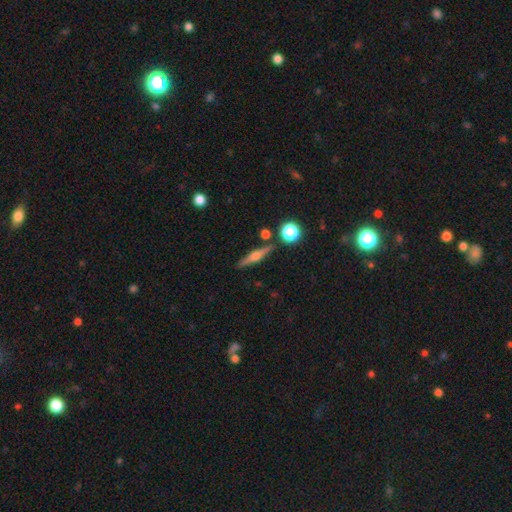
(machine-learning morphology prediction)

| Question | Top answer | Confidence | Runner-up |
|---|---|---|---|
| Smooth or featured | featured or disk | 65% | smooth (26%) |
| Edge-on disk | yes | 97% | no (3%) |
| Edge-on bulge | rounded | 89% | boxy (7%) |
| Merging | none | 86% | minor disturbance (8%) |